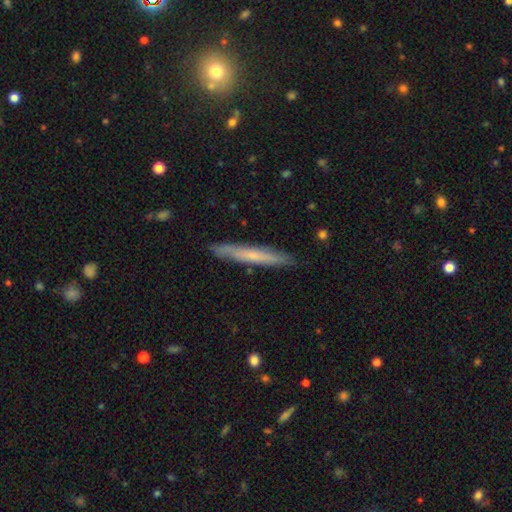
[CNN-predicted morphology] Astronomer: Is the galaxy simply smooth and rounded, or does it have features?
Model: smooth — 54% (runner-up: featured or disk, 41%).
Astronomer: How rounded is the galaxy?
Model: cigar-shaped — 96%.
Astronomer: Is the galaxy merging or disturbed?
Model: none — 87%.